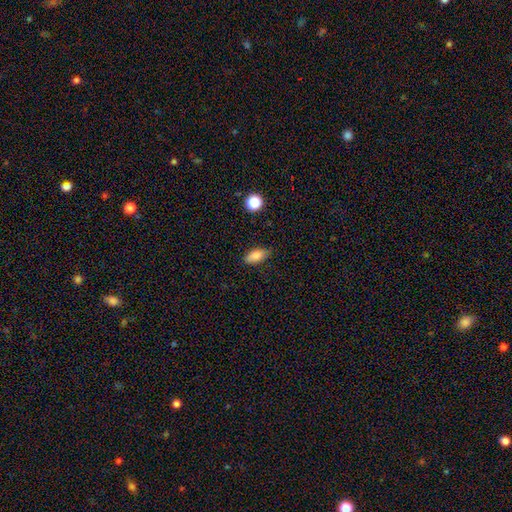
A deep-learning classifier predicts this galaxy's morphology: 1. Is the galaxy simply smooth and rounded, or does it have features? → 82% smooth, 9% featured or disk, 8% star or artifact.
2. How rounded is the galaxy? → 87% in between, 8% cigar-shaped, 5% round.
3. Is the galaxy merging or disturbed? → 79% none, 16% minor disturbance, 3% major disturbance, 1% merger.